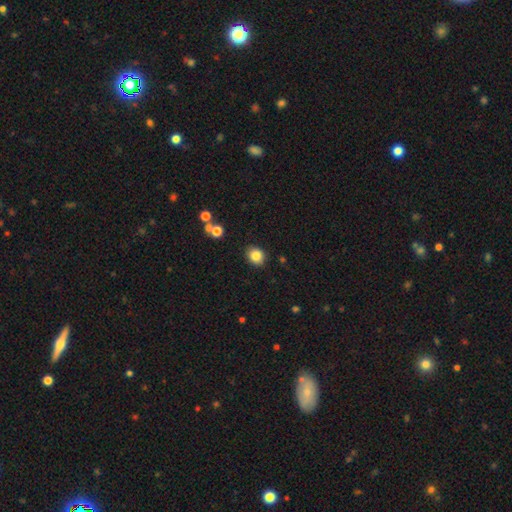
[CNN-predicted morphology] smooth 84%, star or artifact 10%, featured or disk 5%. Down the decision tree: how rounded — round (63%); merging — none (88%).